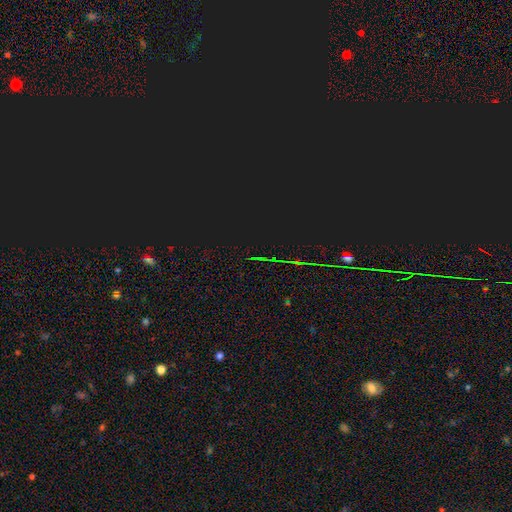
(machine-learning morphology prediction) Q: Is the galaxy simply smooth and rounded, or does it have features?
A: star or artifact — 83%.